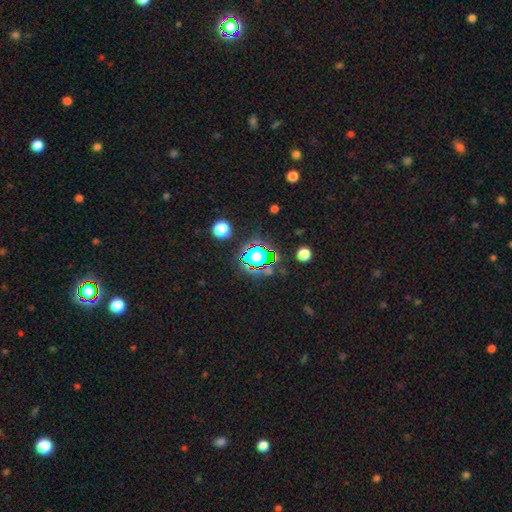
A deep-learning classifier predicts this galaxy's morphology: Smooth or featured?
  - star or artifact: 57% *
  - smooth: 31%
  - featured or disk: 12%